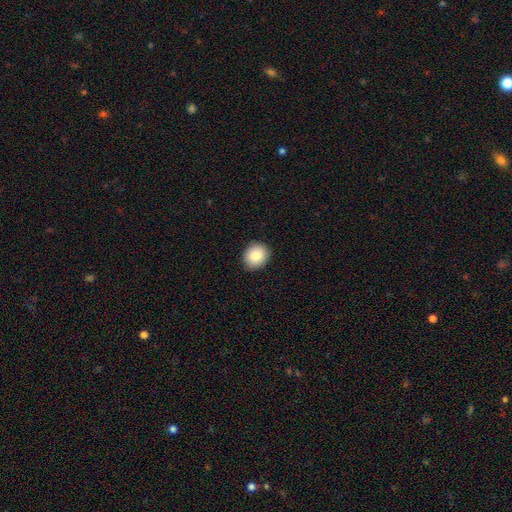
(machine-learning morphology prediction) A smooth galaxy with no disk features (84%) that is round (74%). Merging: none (89%).